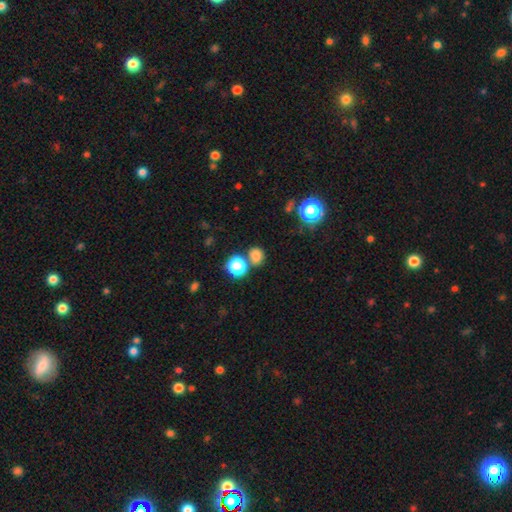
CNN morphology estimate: The model was most divided on "merging": none: 64%, merger: 22%, minor disturbance: 10%, major disturbance: 4%. More confident: how rounded — round (77%); smooth or featured — smooth (77%).